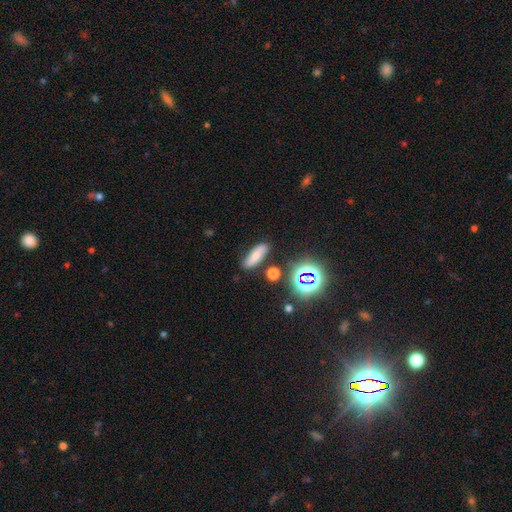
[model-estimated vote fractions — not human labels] Morphology: type=smooth (58%); roundness=in between (51%); merging=none (81%).